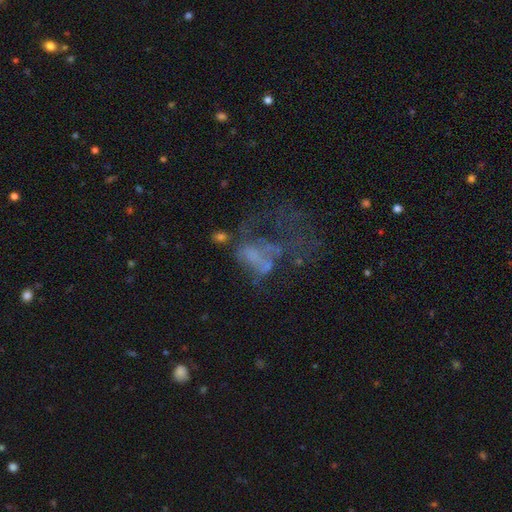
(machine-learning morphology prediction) Smooth or featured: featured or disk — 50% (smooth — 29%)
Edge-on disk: no — 97% (yes — 3%)
Merging: major disturbance — 51% (merger — 21%)